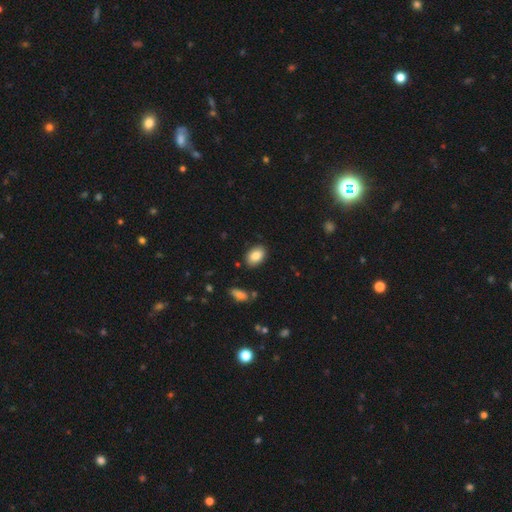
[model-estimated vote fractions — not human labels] smooth 86%, star or artifact 7%, featured or disk 7%. Down the decision tree: how rounded — in between (86%); merging — none (87%).